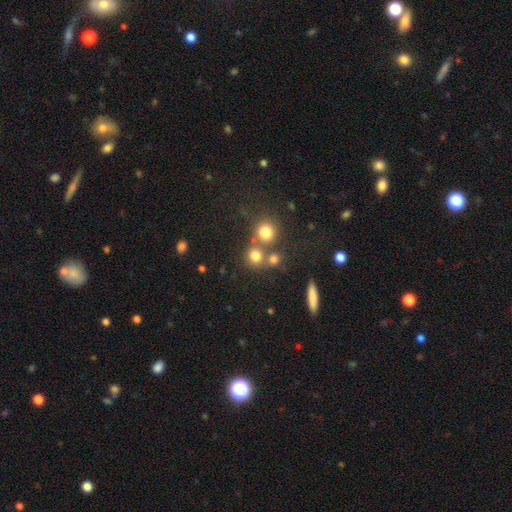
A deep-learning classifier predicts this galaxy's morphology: A smooth galaxy with no disk features (76%) that is round (83%).

Vote fractions:
- Smooth or featured? smooth: 76% / star or artifact: 15% / featured or disk: 9%
- How rounded? round: 83% / in between: 15% / cigar-shaped: 2%
- Merging? none: 57% / merger: 30% / minor disturbance: 9% / major disturbance: 5%